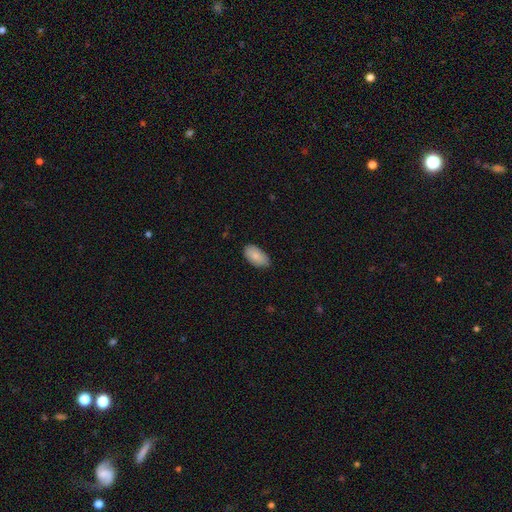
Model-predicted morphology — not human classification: smooth_or_featured: smooth (p=0.85) [alt: featured or disk p=0.09]
how_rounded: in between (p=0.95) [alt: round p=0.04]
merging: none (p=0.76) [alt: minor disturbance p=0.20]